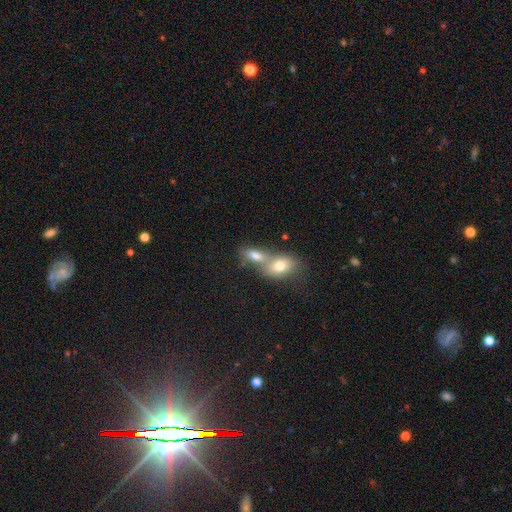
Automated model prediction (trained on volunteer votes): Smooth or featured? Predicted: smooth (p=0.76). How rounded? Predicted: in between (p=0.83). Merging? Predicted: merger (p=0.62).